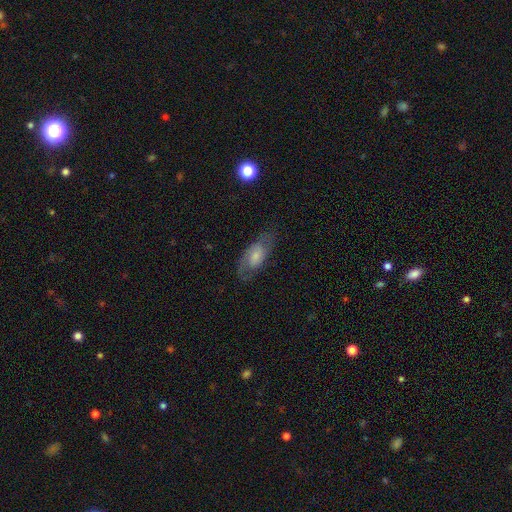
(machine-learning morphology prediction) featured or disk 58%, smooth 35%, star or artifact 7%. Down the decision tree: edge-on disk — no (91%); bar — no (56%); spiral arms — yes (84%); bulge size — moderate (39%); merging — none (67%).